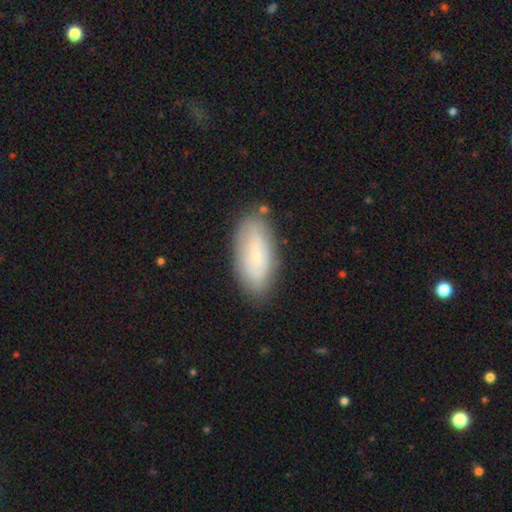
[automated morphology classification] smooth-or-featured: smooth: 66% | featured or disk: 27% | star or artifact: 7%
  how-rounded: in between: 87% | cigar-shaped: 11% | round: 2%
  merging: none: 80% | minor disturbance: 14% | major disturbance: 3% | merger: 2%